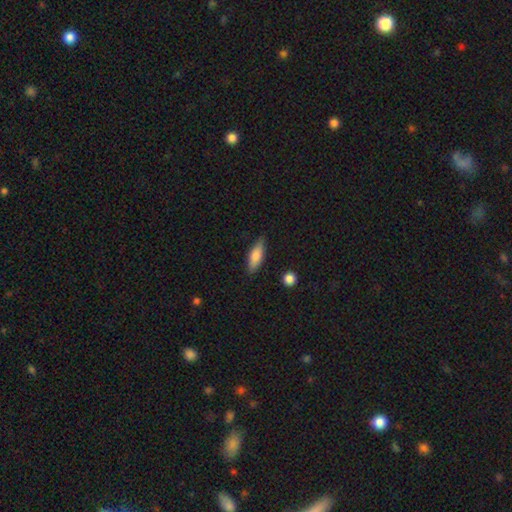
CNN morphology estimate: Smooth or featured?
  - smooth: 74% *
  - featured or disk: 20%
  - star or artifact: 6%
How rounded?
  - in between: 54% *
  - cigar-shaped: 43%
  - round: 3%
Merging?
  - none: 83% *
  - minor disturbance: 13%
  - major disturbance: 2%
  - merger: 2%